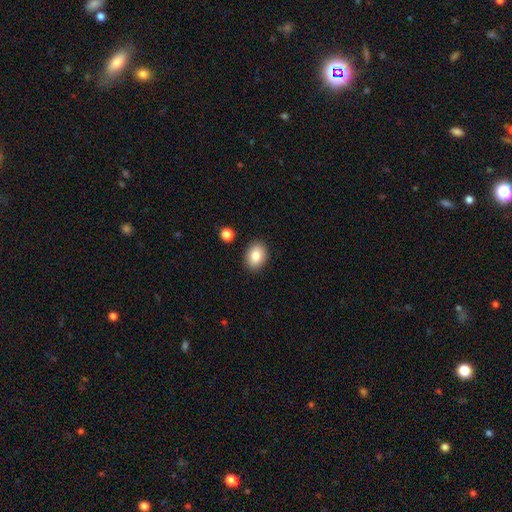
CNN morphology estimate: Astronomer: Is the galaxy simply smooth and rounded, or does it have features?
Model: smooth — 84%.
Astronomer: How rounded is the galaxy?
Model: in between — 70%.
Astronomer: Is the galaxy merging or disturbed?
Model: none — 89%.